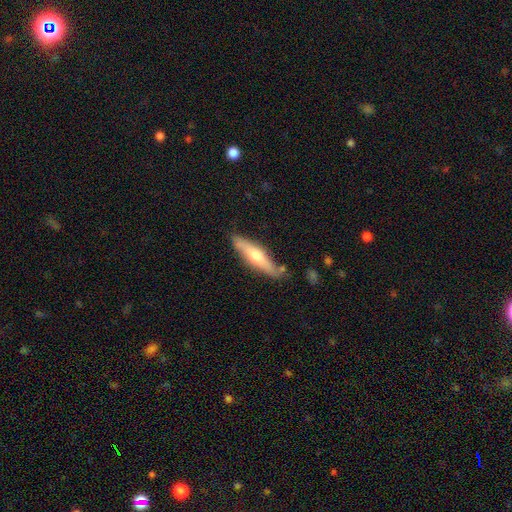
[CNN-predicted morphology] smooth 54%, featured or disk 41%, star or artifact 5%. Down the decision tree: how rounded — cigar-shaped (78%); merging — none (77%).